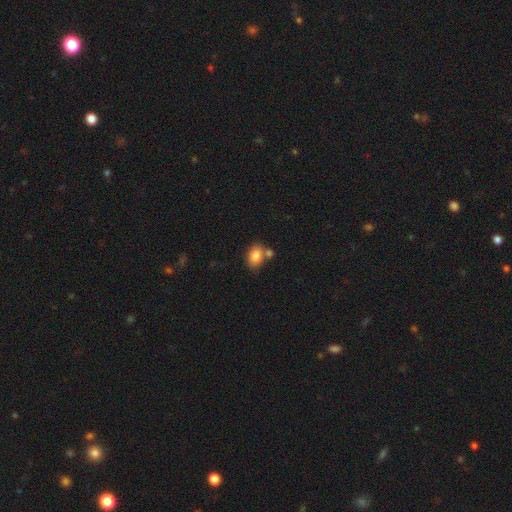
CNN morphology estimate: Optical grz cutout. It shows a smooth galaxy with no disk features (83%) that is in between round and cigar-shaped (78%). Merging: none (58%).